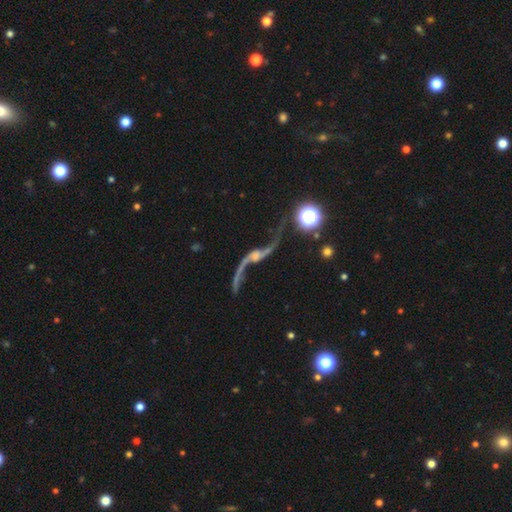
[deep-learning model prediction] Morphology: type=featured or disk (42%); merging=none (40%).